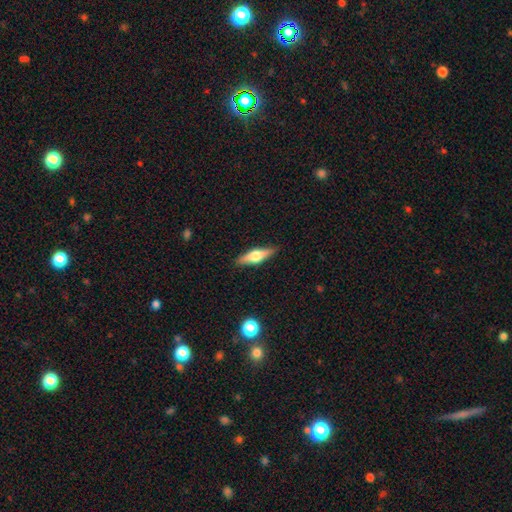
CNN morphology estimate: This is possibly a featured or disk galaxy (54%). It is clearly viewed edge-on (95%). Edge-on bulge: clearly rounded (93%). Merging: clearly none (89%).